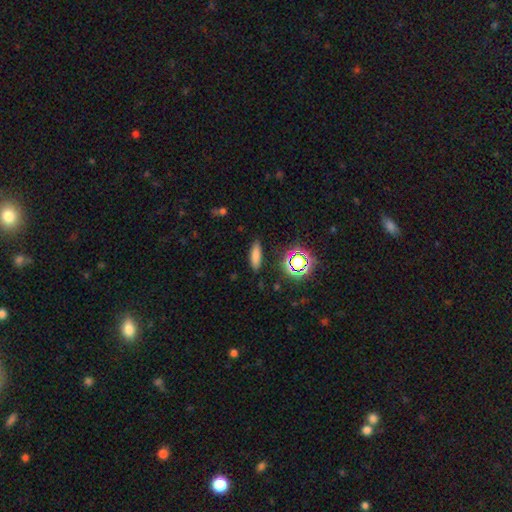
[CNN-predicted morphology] Smooth or featured: smooth — 74% (star or artifact — 16%)
How rounded: cigar-shaped — 48% (in between — 47%)
Merging: none — 86% (minor disturbance — 10%)